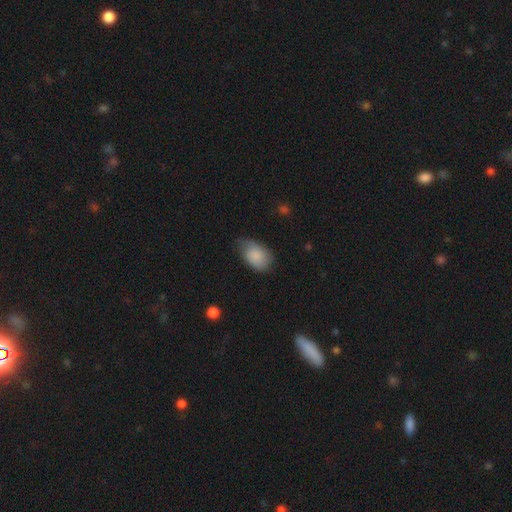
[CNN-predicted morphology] Smooth or featured? Predicted: smooth (p=0.87). How rounded? Predicted: in between (p=0.88). Merging? Predicted: none (p=0.56).